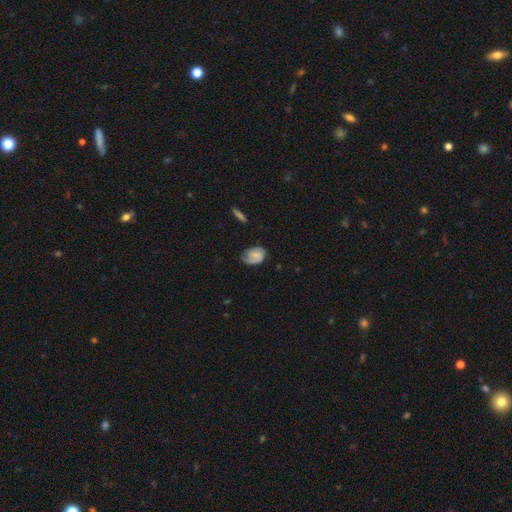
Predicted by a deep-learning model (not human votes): This is possibly a smooth galaxy (49%). Merging: possibly none (51%).